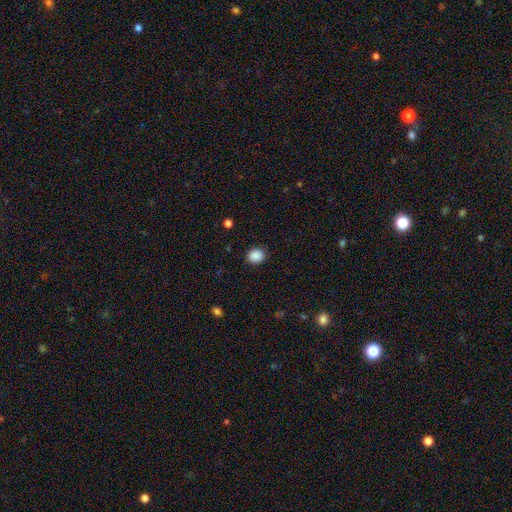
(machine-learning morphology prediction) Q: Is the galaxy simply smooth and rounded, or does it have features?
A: smooth — 88%.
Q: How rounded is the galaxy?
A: round — 66%.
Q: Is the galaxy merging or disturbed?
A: none — 89%.